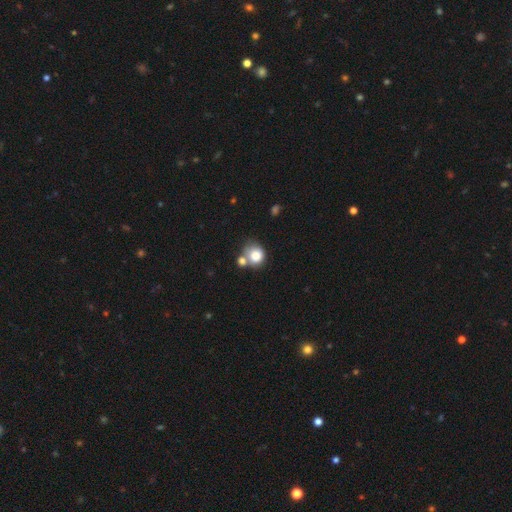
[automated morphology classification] type=smooth (78%); roundness=round (76%); merging=none (44%).